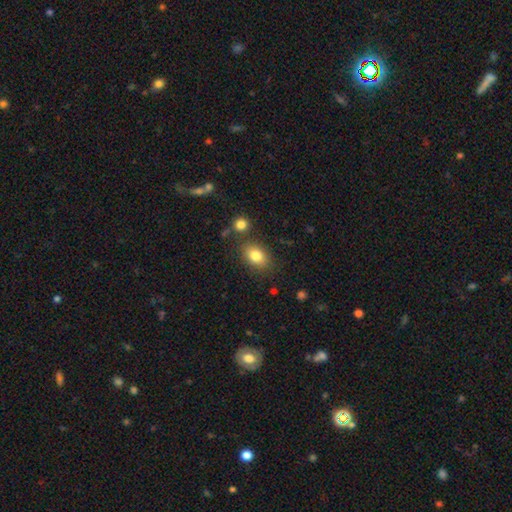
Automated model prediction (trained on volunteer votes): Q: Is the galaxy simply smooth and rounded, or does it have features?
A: smooth — 82%.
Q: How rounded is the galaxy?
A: in between — 78%.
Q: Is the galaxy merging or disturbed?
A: none — 77%.